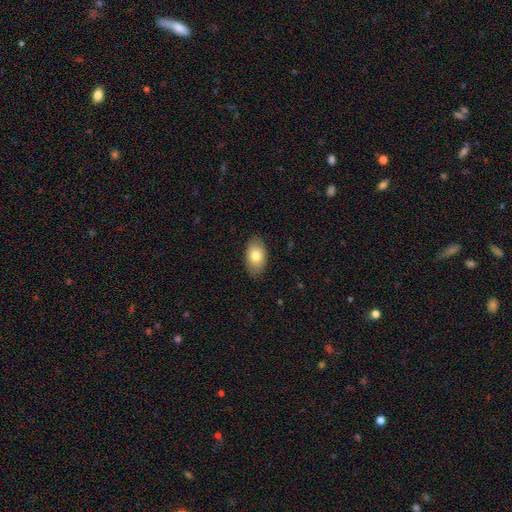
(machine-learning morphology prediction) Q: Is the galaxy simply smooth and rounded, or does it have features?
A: smooth — 77%.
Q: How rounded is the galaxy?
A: in between — 92%.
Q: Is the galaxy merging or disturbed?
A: none — 85%.